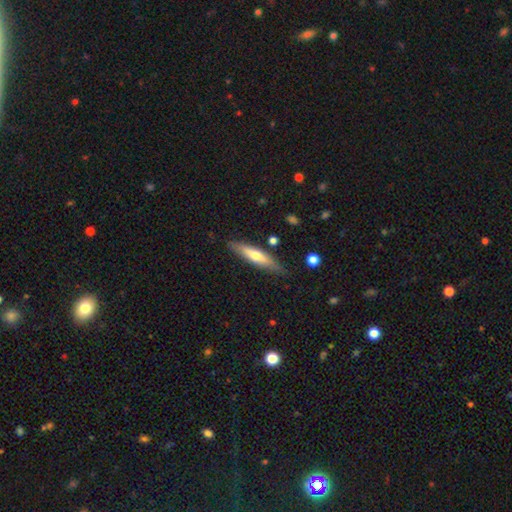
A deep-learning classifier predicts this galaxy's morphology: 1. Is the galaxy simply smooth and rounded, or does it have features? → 47% featured or disk (tied), 47% smooth (tied), 6% star or artifact.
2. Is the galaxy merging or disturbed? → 82% none, 13% minor disturbance, 3% major disturbance, 3% merger.